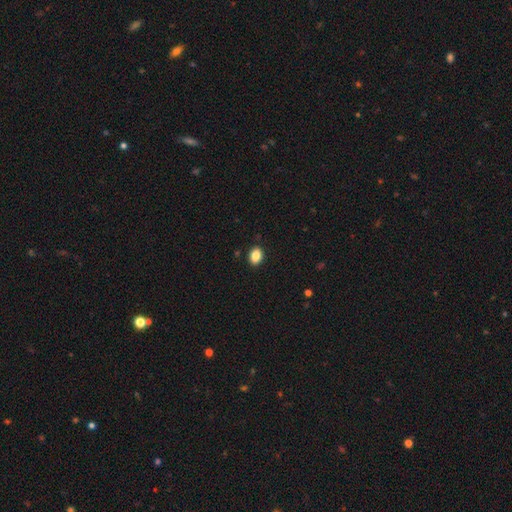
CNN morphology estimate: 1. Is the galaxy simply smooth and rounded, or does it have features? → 86% smooth, 9% star or artifact, 5% featured or disk.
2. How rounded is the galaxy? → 75% in between, 24% round, 1% cigar-shaped.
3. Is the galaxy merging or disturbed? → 89% none, 8% minor disturbance, 2% major disturbance, 1% merger.